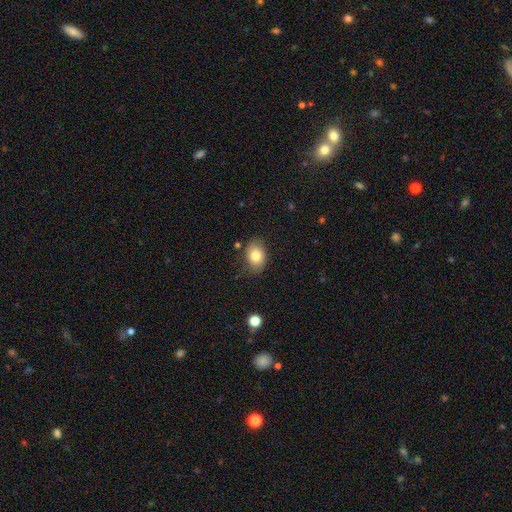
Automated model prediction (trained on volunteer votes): smooth 80%, featured or disk 11%, star or artifact 9%. Down the decision tree: how rounded — in between (73%); merging — none (80%).